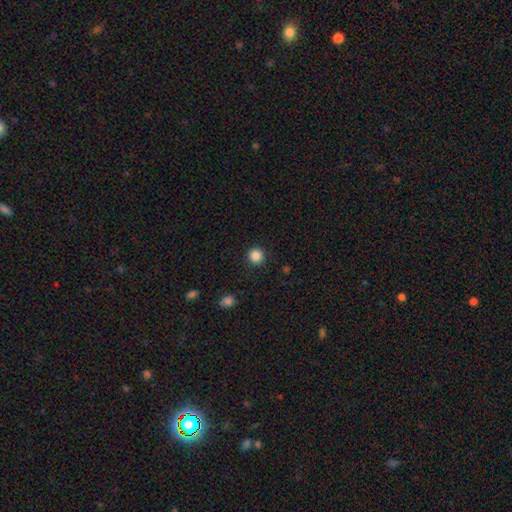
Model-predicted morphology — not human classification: Q: Smooth or featured?
A: smooth (87%); runner-up: star or artifact (10%)
Q: How rounded?
A: round (95%); runner-up: in between (4%)
Q: Merging?
A: none (92%); runner-up: minor disturbance (5%)